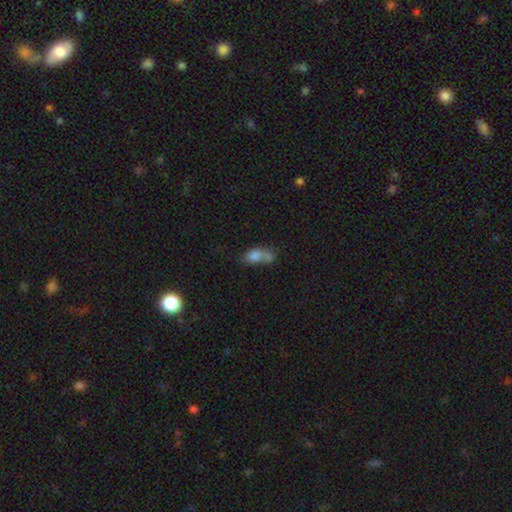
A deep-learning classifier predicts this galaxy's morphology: Overall: smooth (74%). How rounded: in between (75%). Merging: merger (46%; none 24%).